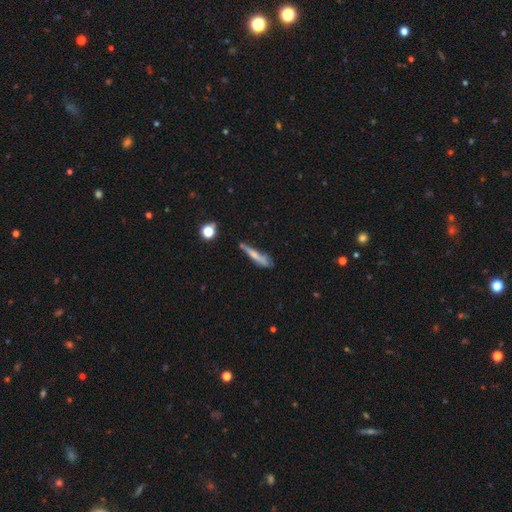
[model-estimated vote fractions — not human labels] This appears to be a smooth galaxy with no disk features (58%) that is cigar-shaped (89%). Merging: none (49%).